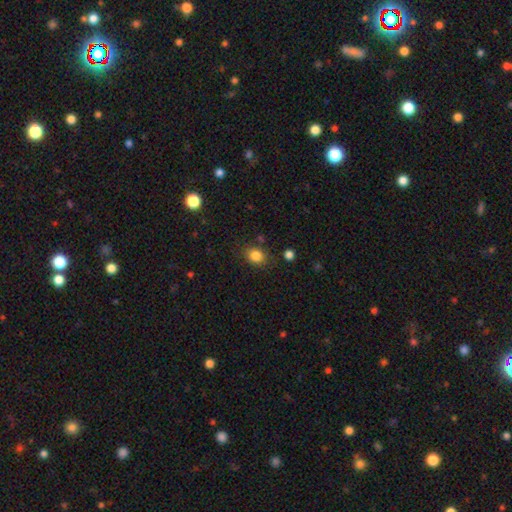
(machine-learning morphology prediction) Smooth or featured? smooth (84%)
How rounded? round (56%)
Merging? none (80%)